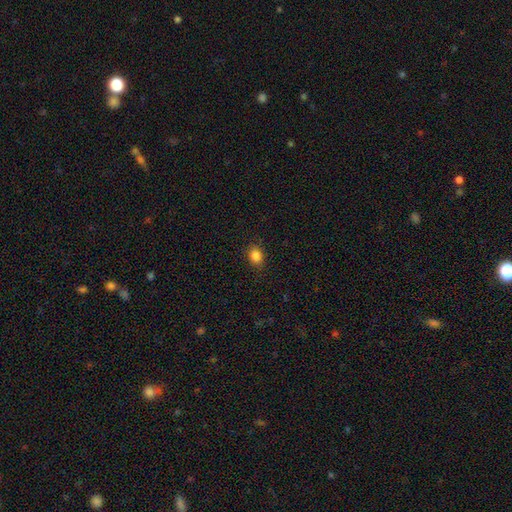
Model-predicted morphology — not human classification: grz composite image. It shows a smooth galaxy with no disk features (85%) that is in between round and cigar-shaped (60%). Merging: none (87%).